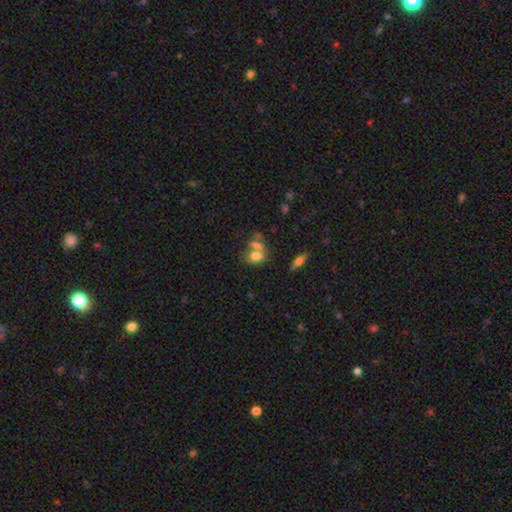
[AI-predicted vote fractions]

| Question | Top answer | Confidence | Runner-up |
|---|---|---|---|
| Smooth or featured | smooth | 70% | featured or disk (18%) |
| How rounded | in between | 72% | round (25%) |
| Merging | merger | 47% | none (35%) |